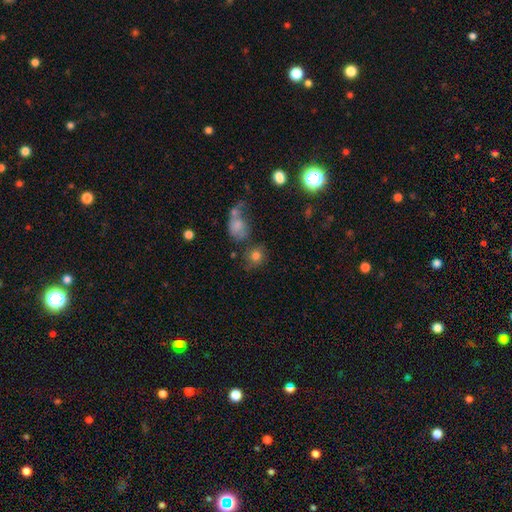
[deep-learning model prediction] smooth-or-featured: smooth: 77% | star or artifact: 13% | featured or disk: 11%
  how-rounded: round: 77% | in between: 21% | cigar-shaped: 1%
  merging: none: 56% | merger: 19% | minor disturbance: 15% | major disturbance: 9%